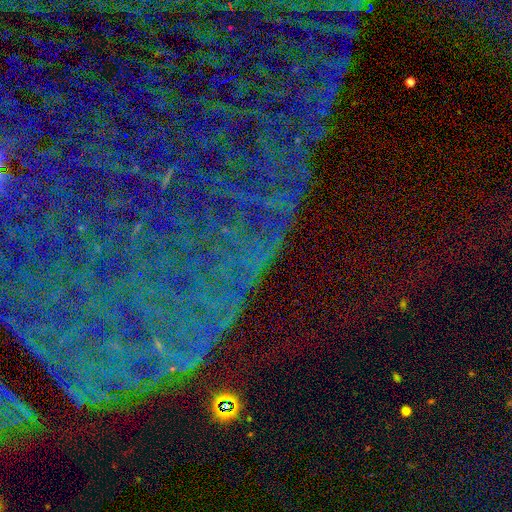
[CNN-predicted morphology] star or artifact 83%, featured or disk 9%, smooth 7%.